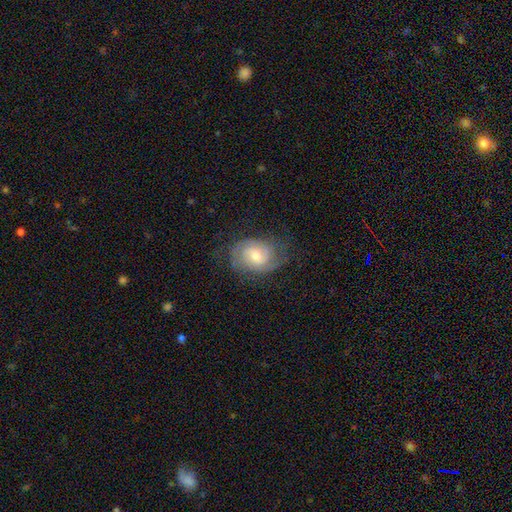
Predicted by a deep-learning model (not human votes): Q: Smooth or featured?
A: featured or disk (73%); runner-up: smooth (20%)
Q: Edge-on disk?
A: no (97%); runner-up: yes (3%)
Q: Bar?
A: no (52%); runner-up: weak (42%)
Q: Spiral arms?
A: yes (93%); runner-up: no (7%)
Q: Spiral winding?
A: tight (54%); runner-up: medium (36%)
Q: Spiral arm count?
A: 2 (60%); runner-up: can't tell (22%)
Q: Bulge size?
A: moderate (52%); runner-up: small (40%)
Q: Merging?
A: none (69%); runner-up: minor disturbance (20%)